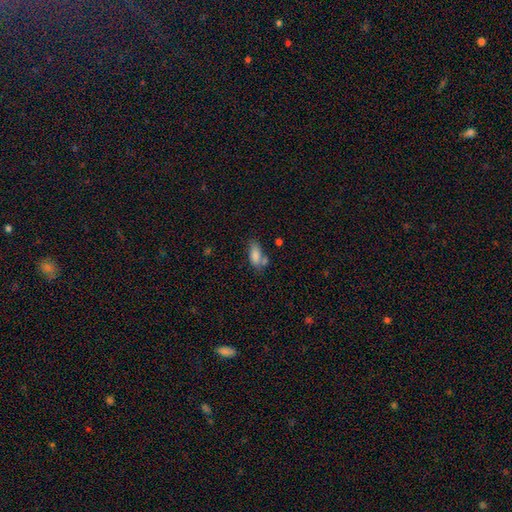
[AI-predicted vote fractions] A smooth galaxy with no disk features (80%) that is in between round and cigar-shaped (84%). Merging: none (44%).